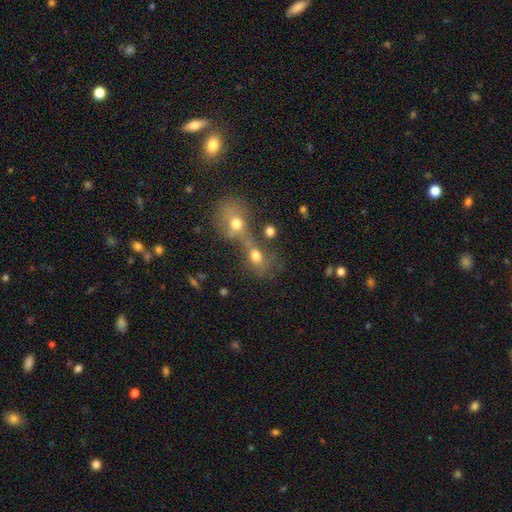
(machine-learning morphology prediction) smooth 68%, featured or disk 17%, star or artifact 15%. Down the decision tree: how rounded — in between (54%); merging — merger (63%).